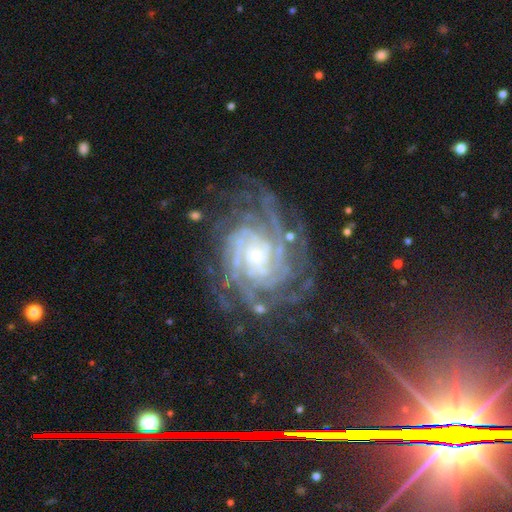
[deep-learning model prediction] Smooth or featured: featured or disk — 90% (star or artifact — 6%)
Edge-on disk: no — 97% (yes — 3%)
Bar: no — 61% (weak — 29%)
Spiral arms: yes — 98% (no — 2%)
Spiral winding: tight — 74% (medium — 22%)
Spiral arm count: can't tell — 25% (4 — 22%)
Bulge size: small — 50% (moderate — 38%)
Merging: none — 70% (minor disturbance — 17%)